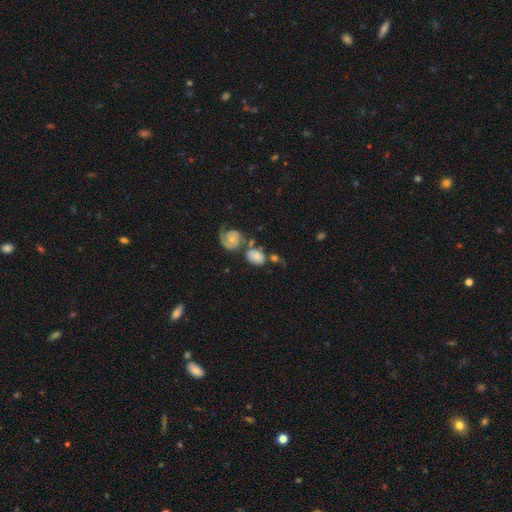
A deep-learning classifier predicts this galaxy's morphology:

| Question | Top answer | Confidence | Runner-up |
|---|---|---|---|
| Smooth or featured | smooth | 51% | featured or disk (40%) |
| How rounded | in between | 63% | round (35%) |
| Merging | none | 42% | merger (31%) |